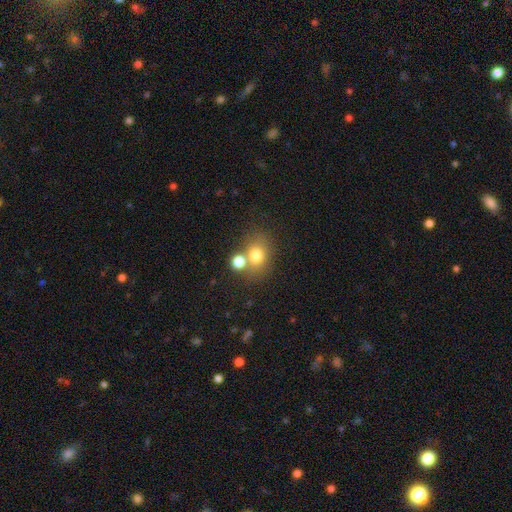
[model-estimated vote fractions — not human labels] Smooth or featured? Predicted: smooth (p=0.75). How rounded? Predicted: round (p=0.59). Merging? Predicted: none (p=0.54).